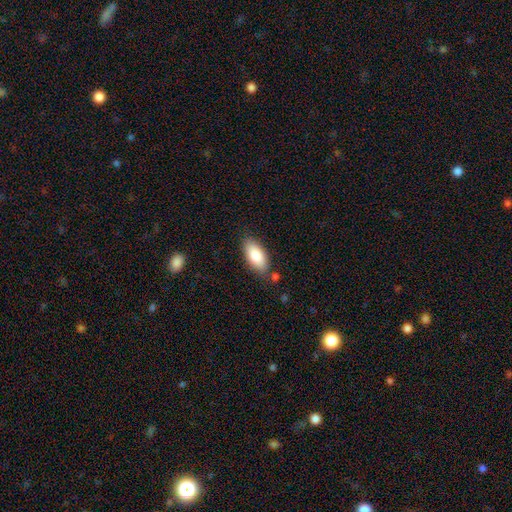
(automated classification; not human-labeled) A smooth galaxy with no disk features (84%) that is in between round and cigar-shaped (89%).

Vote fractions:
- Smooth or featured? smooth: 84% / featured or disk: 10% / star or artifact: 6%
- How rounded? in between: 89% / cigar-shaped: 9% / round: 2%
- Merging? none: 80% / minor disturbance: 14% / merger: 4% / major disturbance: 3%